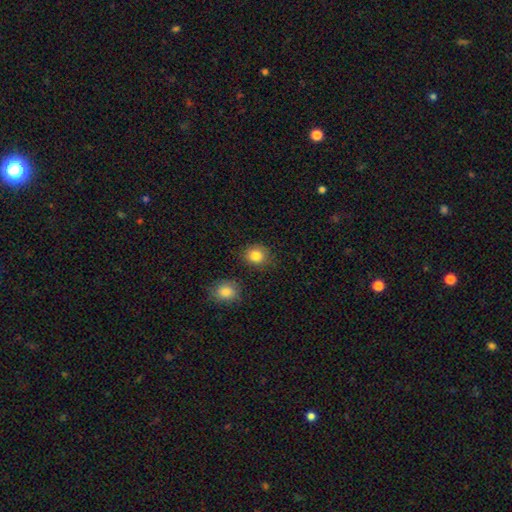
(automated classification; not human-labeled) This appears to be a smooth galaxy with no disk features (85%) that is round (72%). Merging: none (83%).